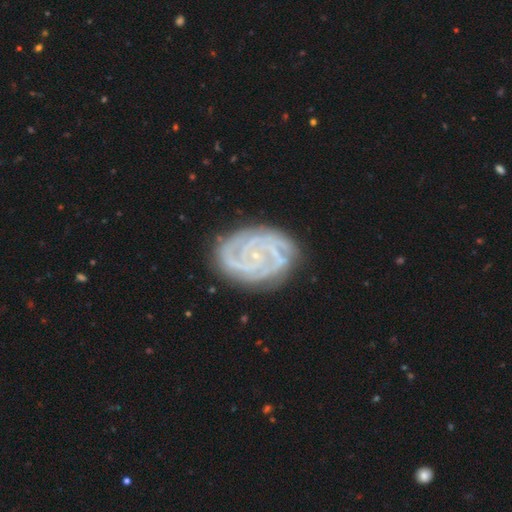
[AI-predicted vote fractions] Smooth or featured?
  - featured or disk: 89% *
  - star or artifact: 6%
  - smooth: 5%
Edge-on disk?
  - no: 98% *
  - yes: 2%
Bar?
  - no: 66% *
  - weak: 25%
  - strong: 9%
Spiral arms?
  - yes: 98% *
  - no: 2%
Spiral winding?
  - tight: 74% *
  - medium: 22%
  - loose: 3%
Spiral arm count?
  - 3: 28% *
  - 2: 23%
  - 4: 18%
  - can't tell: 15%
  - more than 4: 9%
  - 1: 8%
Bulge size?
  - small: 85% *
  - moderate: 9%
  - none: 4%
  - large: 1%
  - dominant: 1%
Merging?
  - none: 80% *
  - minor disturbance: 15%
  - major disturbance: 4%
  - merger: 1%